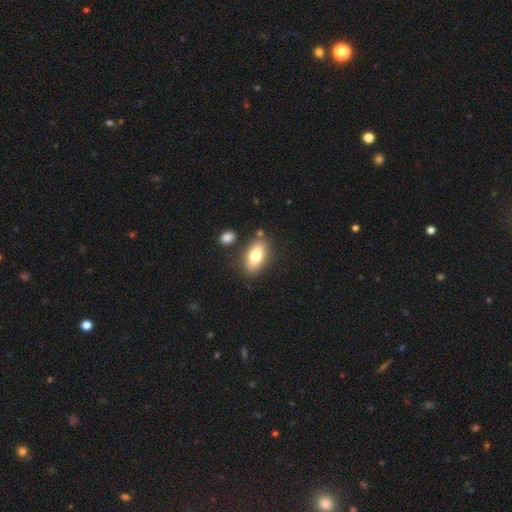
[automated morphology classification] Overall: smooth (78%). How rounded: in between (87%). Merging: none (78%).